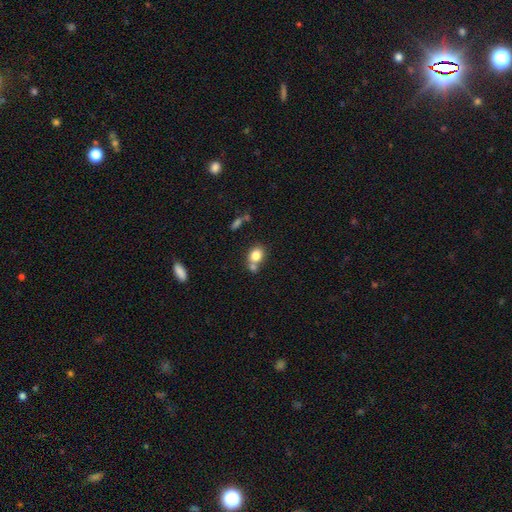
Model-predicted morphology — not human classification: Smooth or featured: smooth — 80% (featured or disk — 10%)
How rounded: round — 53% (in between — 46%)
Merging: none — 47% (merger — 38%)